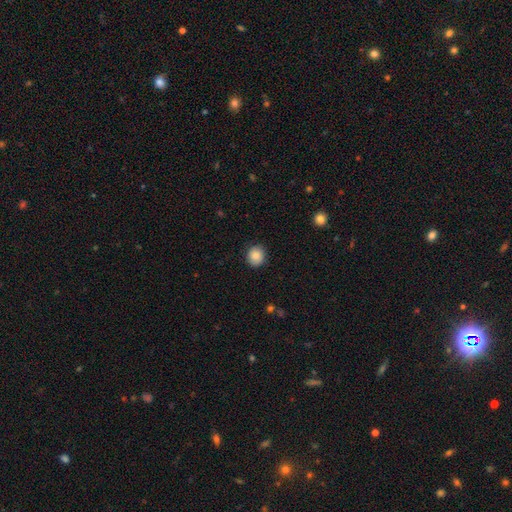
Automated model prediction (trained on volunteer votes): This appears to be a smooth galaxy with no disk features (86%) that is round (80%). Merging: none (88%).